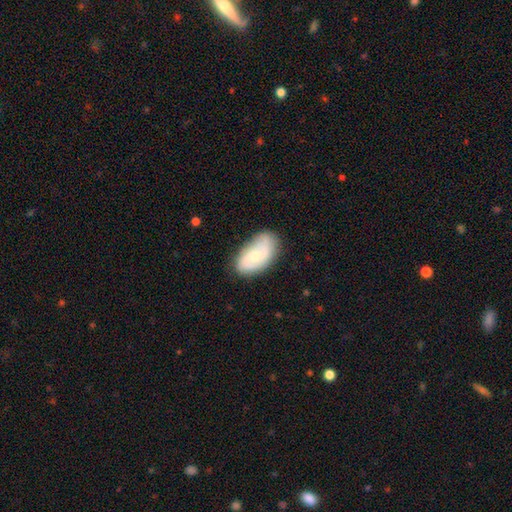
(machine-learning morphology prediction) Smooth or featured? Predicted: featured or disk (p=0.55). Edge-on disk? Predicted: no (p=0.94). Bar? Predicted: no (p=0.65). Spiral arms? Predicted: yes (p=0.81). Bulge size? Predicted: moderate (p=0.49). Merging? Predicted: none (p=0.71).